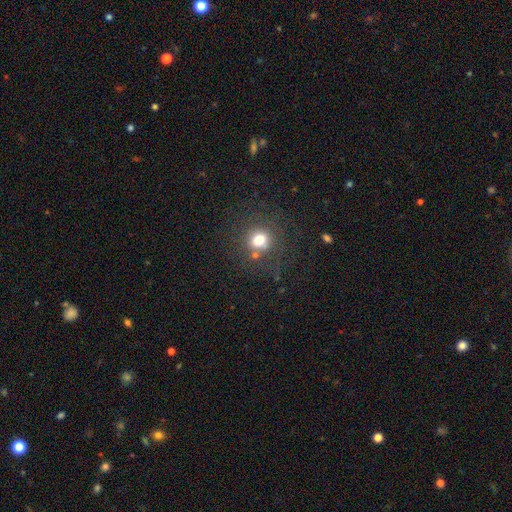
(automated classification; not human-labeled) Overall: smooth (66%). How rounded: round (91%). Merging: none (78%).